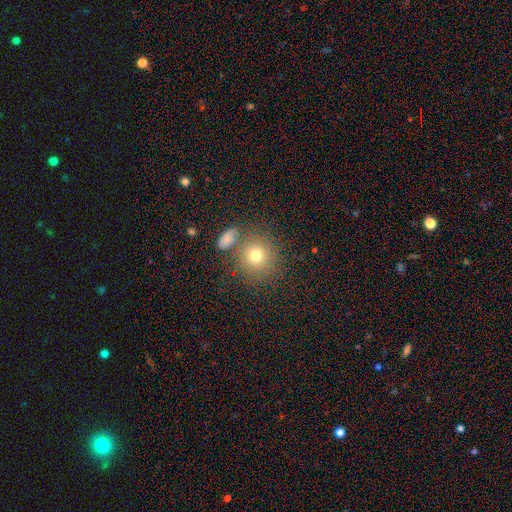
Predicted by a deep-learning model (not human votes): Overall: smooth (74%). How rounded: round (88%). Merging: none (74%).